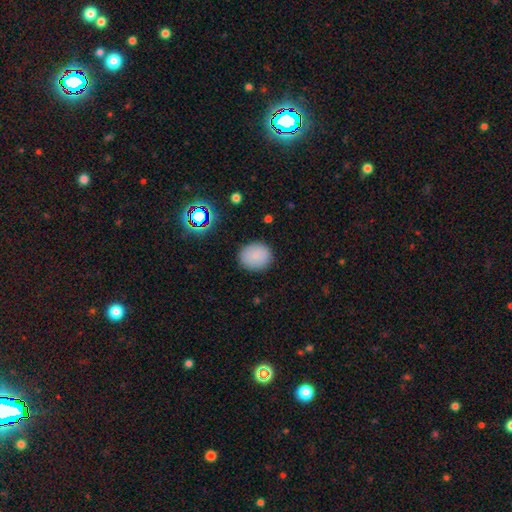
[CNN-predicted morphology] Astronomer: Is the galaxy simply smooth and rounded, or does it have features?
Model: smooth — 83%.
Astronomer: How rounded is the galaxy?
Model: round — 74%.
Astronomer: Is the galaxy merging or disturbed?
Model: none — 88%.